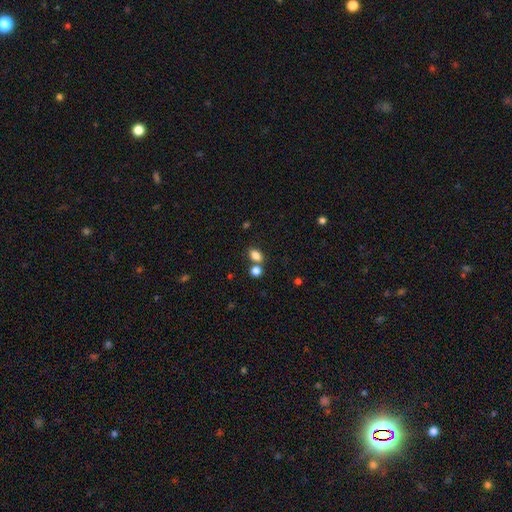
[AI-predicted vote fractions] This is clearly a smooth galaxy (82%). How rounded: likely in between (79%). Merging: possibly none (58%).